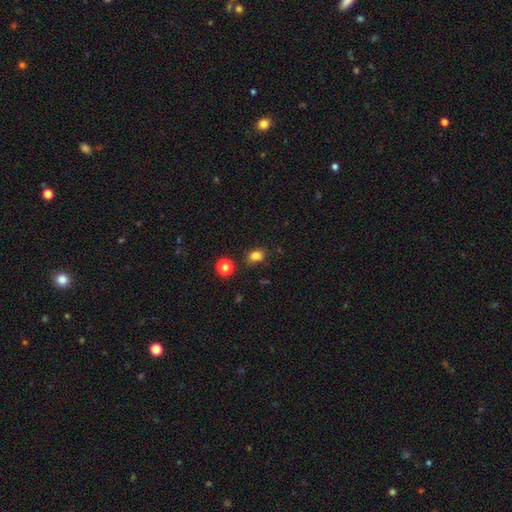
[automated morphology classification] Q: Smooth or featured?
A: smooth (82%); runner-up: star or artifact (13%)
Q: How rounded?
A: in between (58%); runner-up: round (41%)
Q: Merging?
A: none (78%); runner-up: minor disturbance (14%)